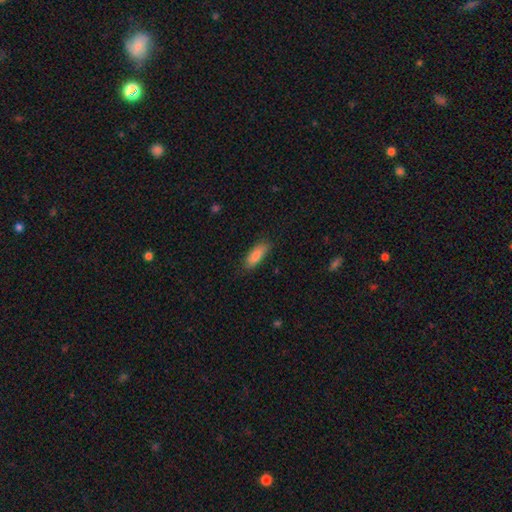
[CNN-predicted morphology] This appears to be a smooth galaxy with no disk features (83%) that is in between round and cigar-shaped (60%). Merging: none (82%).